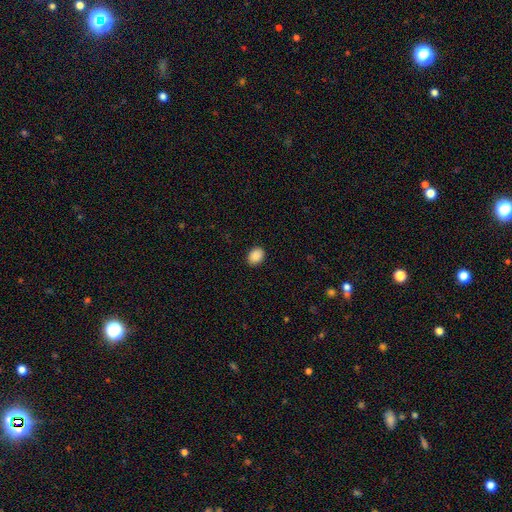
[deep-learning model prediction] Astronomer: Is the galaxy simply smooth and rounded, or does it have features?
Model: smooth — 89%.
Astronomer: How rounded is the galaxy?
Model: in between — 67%.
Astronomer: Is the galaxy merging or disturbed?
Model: none — 90%.